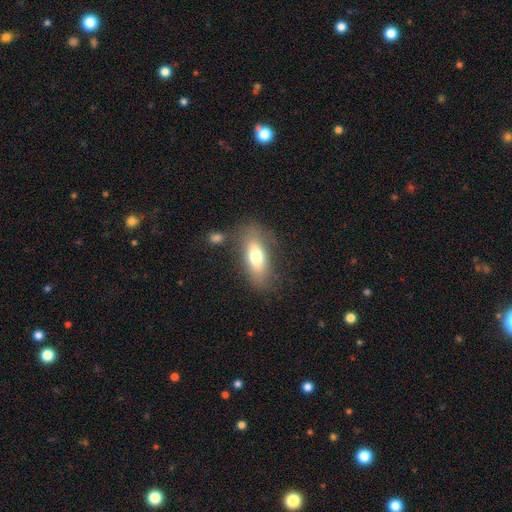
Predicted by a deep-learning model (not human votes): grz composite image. It shows a smooth galaxy with no disk features (68%) that is in between round and cigar-shaped (74%). Merging: none (72%).